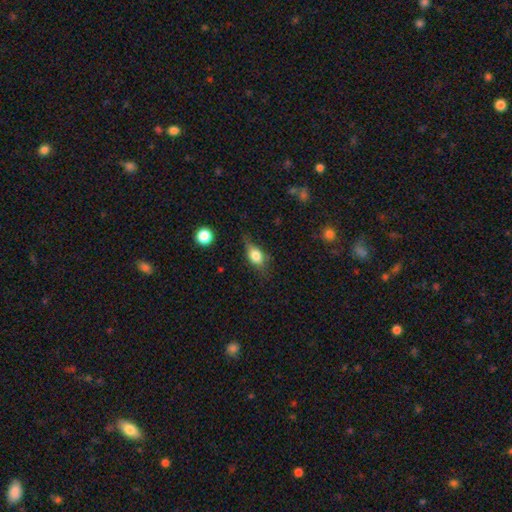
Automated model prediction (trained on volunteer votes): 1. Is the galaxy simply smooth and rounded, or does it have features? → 70% smooth, 21% featured or disk, 9% star or artifact.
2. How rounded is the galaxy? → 70% in between, 22% round, 8% cigar-shaped.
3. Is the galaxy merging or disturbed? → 54% none, 32% minor disturbance, 12% major disturbance, 2% merger.